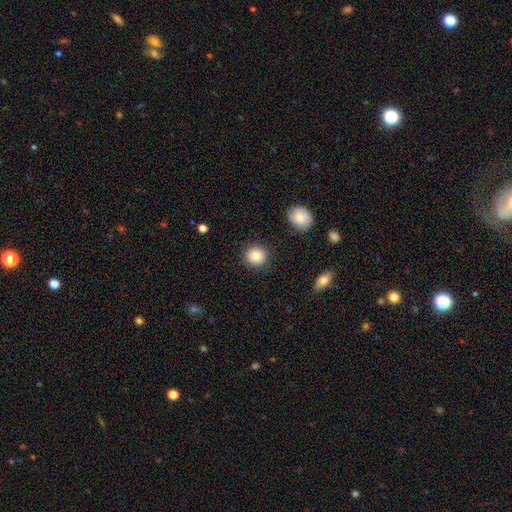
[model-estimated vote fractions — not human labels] Smooth or featured? Predicted: smooth (p=0.84). How rounded? Predicted: round (p=0.89). Merging? Predicted: none (p=0.89).